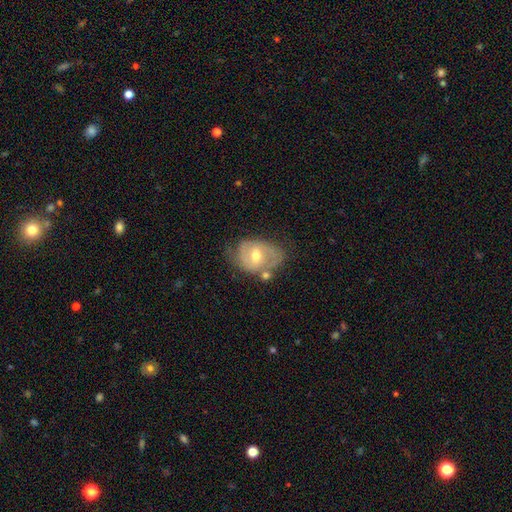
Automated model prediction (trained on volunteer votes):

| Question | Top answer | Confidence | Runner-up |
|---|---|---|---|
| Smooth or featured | featured or disk | 71% | smooth (23%) |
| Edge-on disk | no | 96% | yes (4%) |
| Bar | weak | 54% | no (30%) |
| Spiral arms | yes | 79% | no (21%) |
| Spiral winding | medium | 43% | tight (40%) |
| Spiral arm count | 2 | 69% | can't tell (18%) |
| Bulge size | moderate | 71% | small (22%) |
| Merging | none | 54% | minor disturbance (25%) |